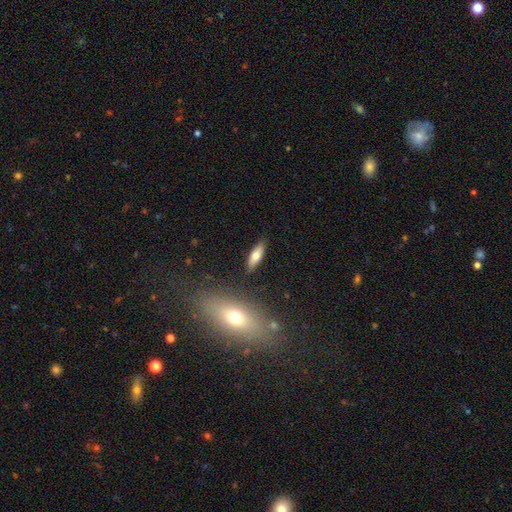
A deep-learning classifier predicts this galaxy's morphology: type=smooth (67%); roundness=in between (53%); merging=none (86%).